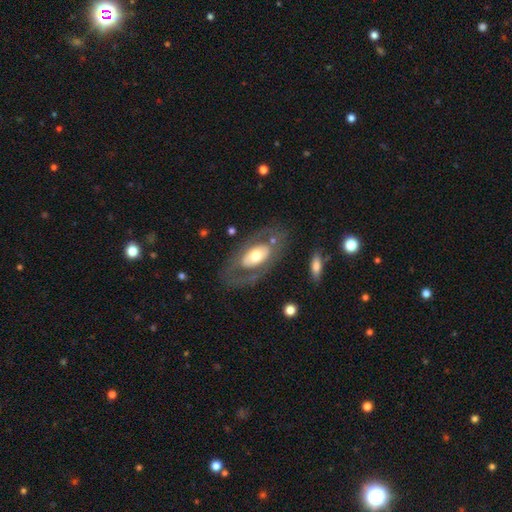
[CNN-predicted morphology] type=featured or disk (59%); edge-on=no (88%); bar=no (76%); spiral arms=no (77%); bulge=moderate (56%); merging=none (73%).